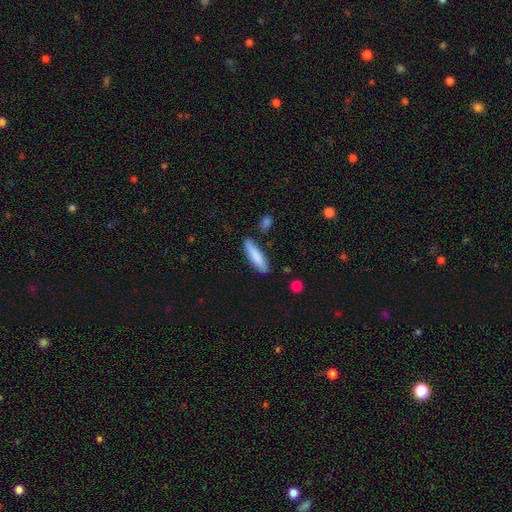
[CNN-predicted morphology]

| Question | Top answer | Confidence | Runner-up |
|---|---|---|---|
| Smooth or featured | smooth | 82% | featured or disk (12%) |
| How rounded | cigar-shaped | 74% | in between (24%) |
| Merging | none | 83% | minor disturbance (12%) |